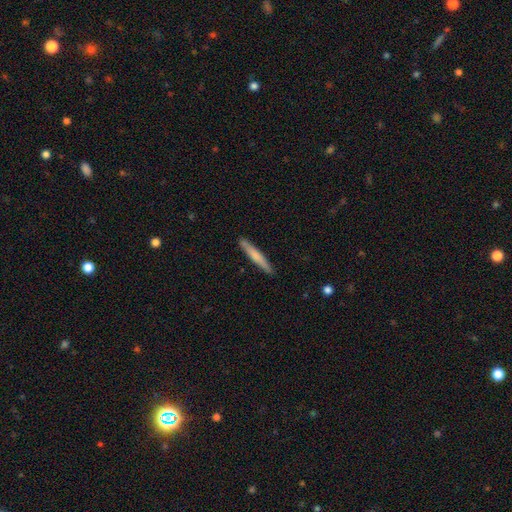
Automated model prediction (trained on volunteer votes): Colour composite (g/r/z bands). It shows a smooth galaxy with no disk features (67%) that is cigar-shaped (95%). Merging: none (90%).